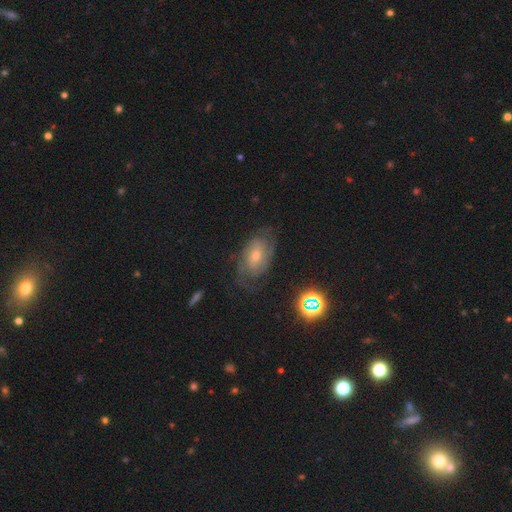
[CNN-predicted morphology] The model was most divided on "bulge size": moderate: 49%, small: 45%, large: 3%, none: 2%, dominant: 1%. Remaining: edge-on disk — no (96%); spiral arms — yes (92%); smooth or featured — featured or disk (72%); merging — none (70%); bar — no (57%); spiral winding — tight (55%); spiral arm count — 2 (42%).